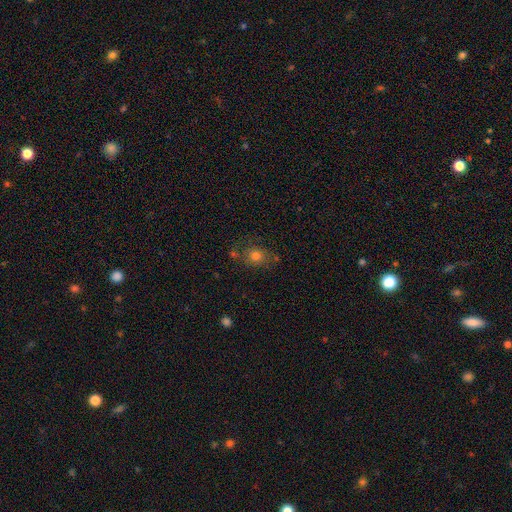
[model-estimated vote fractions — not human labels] Smooth or featured: smooth — 74% (star or artifact — 16%)
How rounded: round — 70% (in between — 29%)
Merging: none — 71% (minor disturbance — 15%)